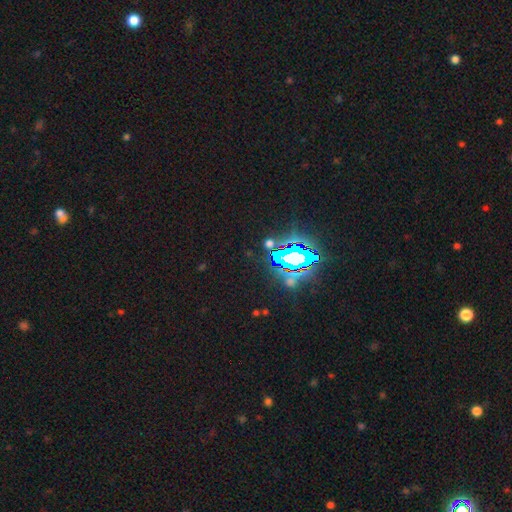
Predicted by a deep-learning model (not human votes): Smooth or featured? Predicted: star or artifact (p=0.83).